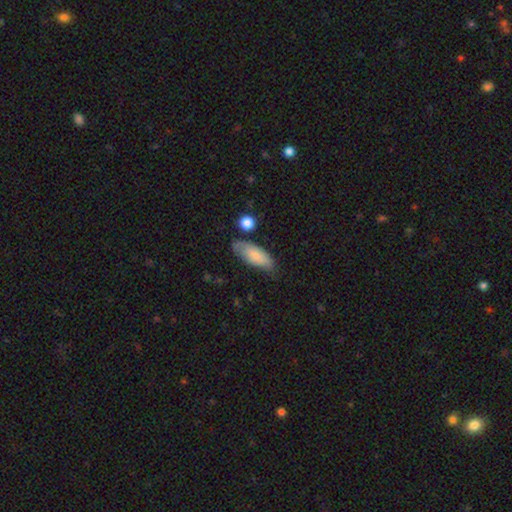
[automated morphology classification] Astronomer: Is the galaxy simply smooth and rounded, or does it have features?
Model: smooth — 75%.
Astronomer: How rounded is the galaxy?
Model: in between — 81%.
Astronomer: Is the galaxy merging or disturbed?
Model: none — 59%.